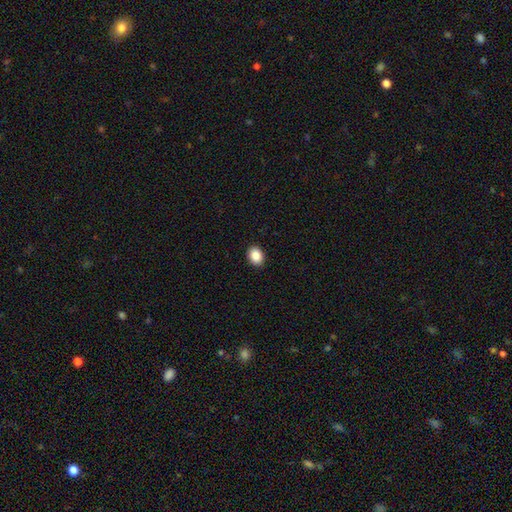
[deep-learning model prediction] The model was most divided on "how rounded": in between: 66%, round: 33%, cigar-shaped: 1%. More confident: merging — none (91%); smooth or featured — smooth (88%).